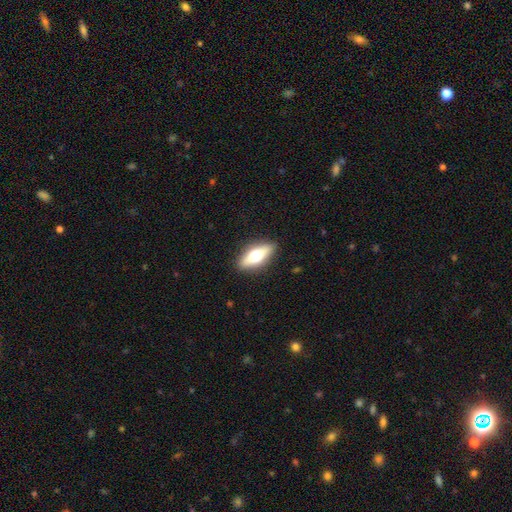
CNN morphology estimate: Smooth or featured? Predicted: smooth (p=0.50). How rounded? Predicted: in between (p=0.65). Merging? Predicted: none (p=0.88).